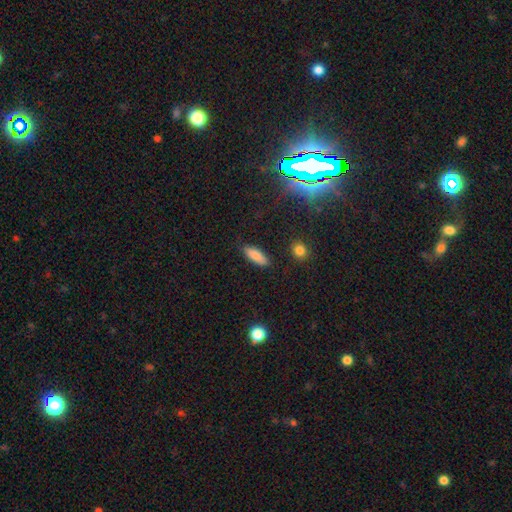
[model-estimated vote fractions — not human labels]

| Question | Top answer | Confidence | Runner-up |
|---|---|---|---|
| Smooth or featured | smooth | 82% | featured or disk (10%) |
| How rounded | in between | 66% | cigar-shaped (32%) |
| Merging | none | 85% | minor disturbance (11%) |